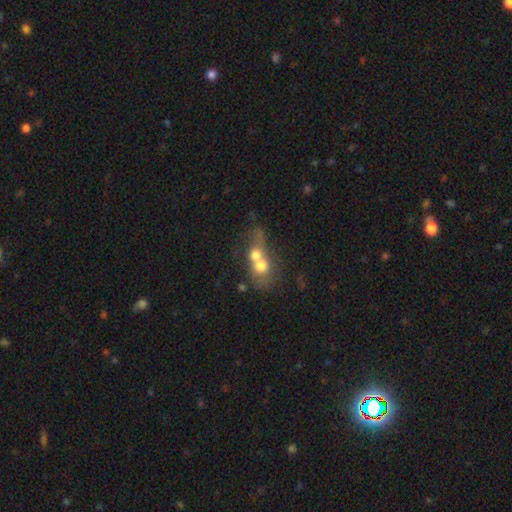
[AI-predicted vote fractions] This is likely a smooth galaxy (61%). How rounded: possibly round (56%). Merging: likely merger (79%).